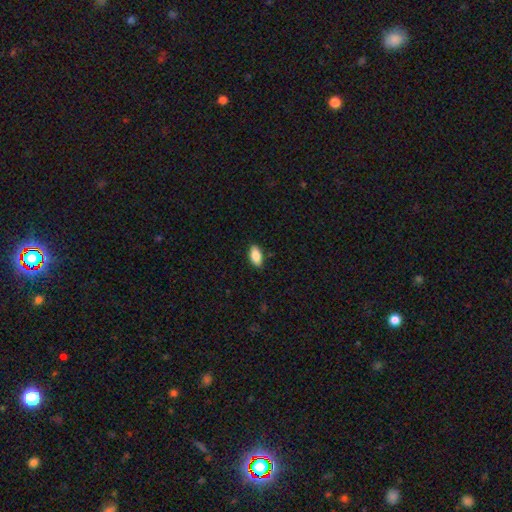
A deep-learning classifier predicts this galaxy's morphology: Smooth or featured? smooth (87%)
How rounded? in between (92%)
Merging? none (86%)